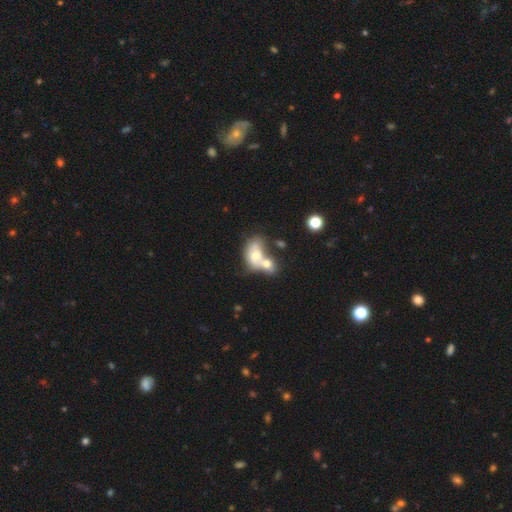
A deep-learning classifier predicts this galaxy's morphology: Smooth or featured? Predicted: smooth (p=0.60). How rounded? Predicted: in between (p=0.80). Merging? Predicted: merger (p=0.74).